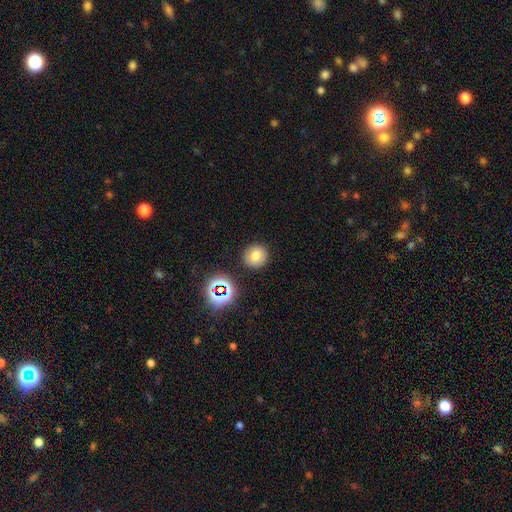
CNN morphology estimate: Smooth or featured? smooth (72%)
How rounded? round (91%)
Merging? none (88%)